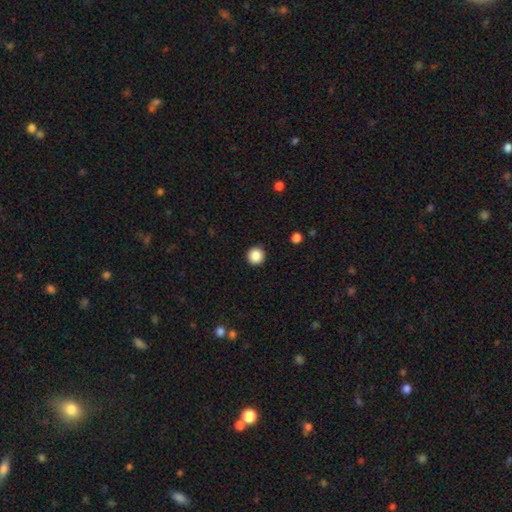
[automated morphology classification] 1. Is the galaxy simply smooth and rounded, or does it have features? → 87% smooth, 10% star or artifact, 3% featured or disk.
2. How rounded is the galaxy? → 96% round, 3% in between, 1% cigar-shaped.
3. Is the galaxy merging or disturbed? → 93% none, 4% minor disturbance, 2% major disturbance, 1% merger.